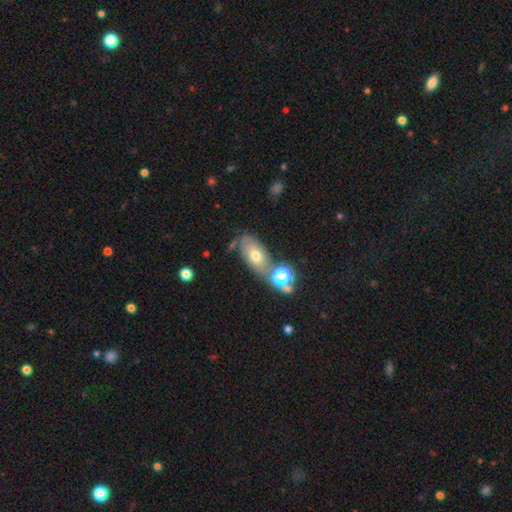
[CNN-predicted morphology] smooth 57%, featured or disk 31%, star or artifact 12%. Down the decision tree: how rounded — in between (86%); merging — none (58%).